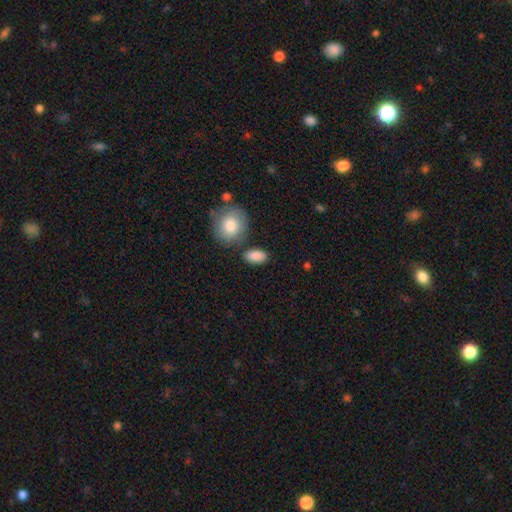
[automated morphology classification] smooth-or-featured: smooth: 88% | star or artifact: 7% | featured or disk: 5%
  how-rounded: in between: 89% | round: 9% | cigar-shaped: 2%
  merging: none: 76% | minor disturbance: 13% | merger: 7% | major disturbance: 4%